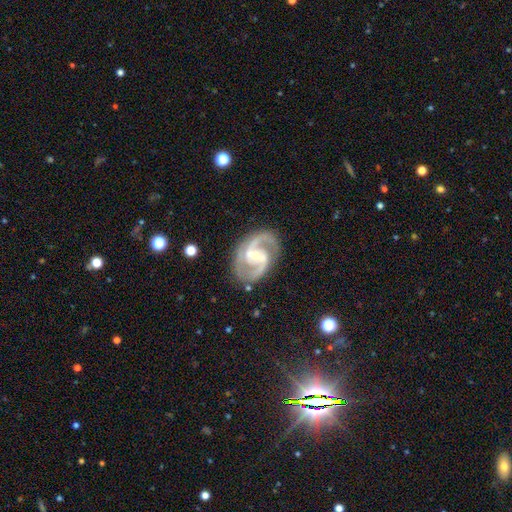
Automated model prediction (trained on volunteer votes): Q: Smooth or featured?
A: featured or disk (92%); runner-up: star or artifact (4%)
Q: Edge-on disk?
A: no (98%); runner-up: yes (2%)
Q: Bar?
A: weak (47%); runner-up: strong (34%)
Q: Spiral arms?
A: yes (98%); runner-up: no (2%)
Q: Spiral winding?
A: medium (63%); runner-up: tight (22%)
Q: Spiral arm count?
A: 2 (91%); runner-up: 3 (3%)
Q: Bulge size?
A: small (57%); runner-up: moderate (38%)
Q: Merging?
A: none (79%); runner-up: minor disturbance (14%)